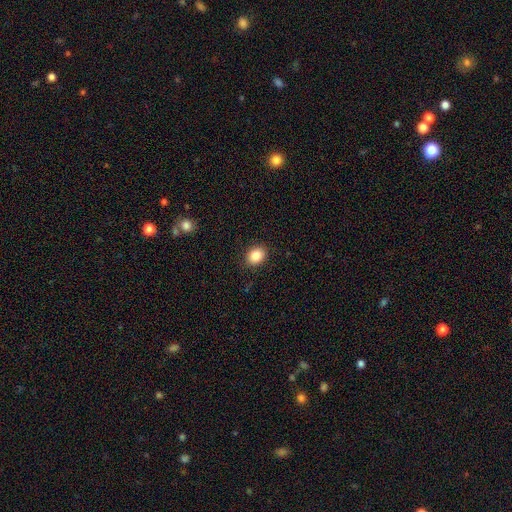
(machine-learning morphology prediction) The model was most divided on "how rounded": round: 52%, in between: 47%, cigar-shaped: 1%. More confident: merging — none (89%); smooth or featured — smooth (85%).